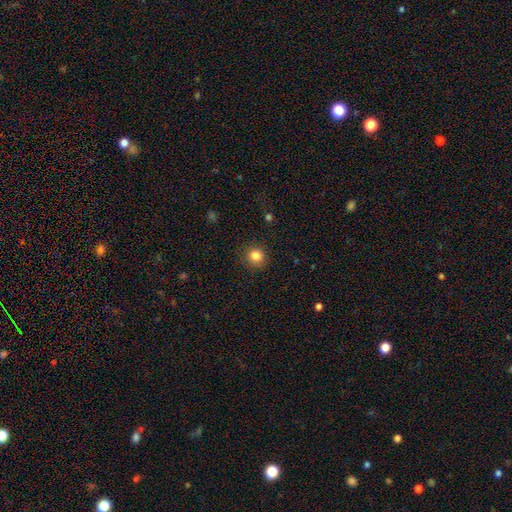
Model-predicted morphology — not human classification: type=smooth (84%); roundness=round (90%); merging=none (90%).